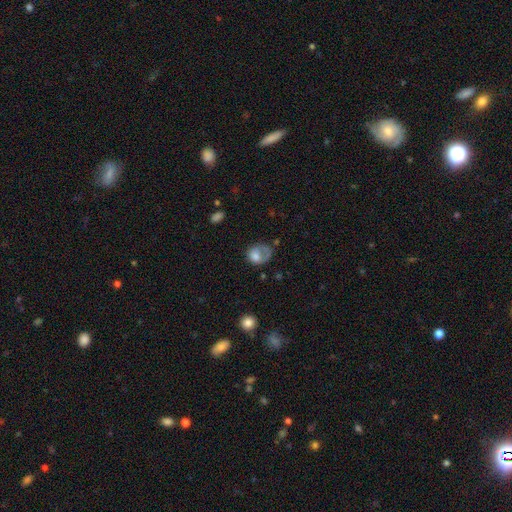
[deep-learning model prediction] smooth 65%, featured or disk 26%, star or artifact 9%. Down the decision tree: how rounded — in between (51%); merging — major disturbance (40%).